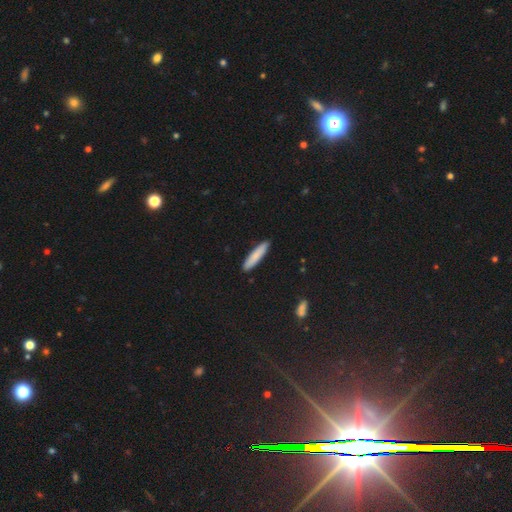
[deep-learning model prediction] A smooth galaxy with no disk features (82%) that is cigar-shaped (88%).

Vote fractions:
- Smooth or featured? smooth: 82% / featured or disk: 12% / star or artifact: 6%
- How rounded? cigar-shaped: 88% / in between: 11% / round: 1%
- Merging? none: 90% / minor disturbance: 7% / major disturbance: 1% / merger: 1%